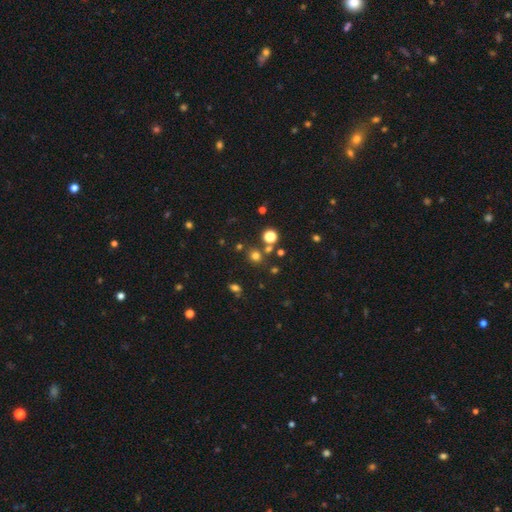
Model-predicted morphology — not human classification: Smooth or featured? smooth (68%)
How rounded? round (83%)
Merging? none (76%)